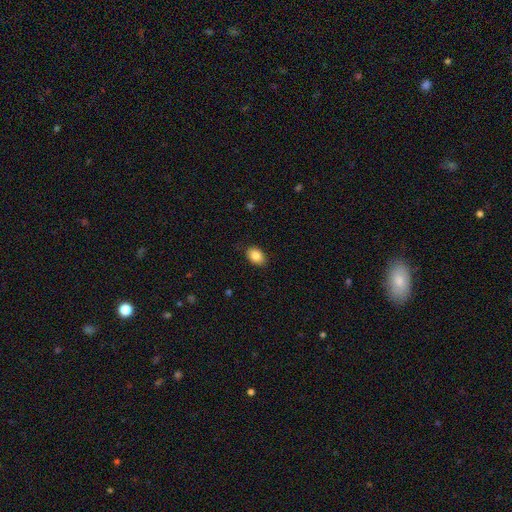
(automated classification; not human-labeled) Overall: smooth (86%). How rounded: in between (81%). Merging: none (86%).